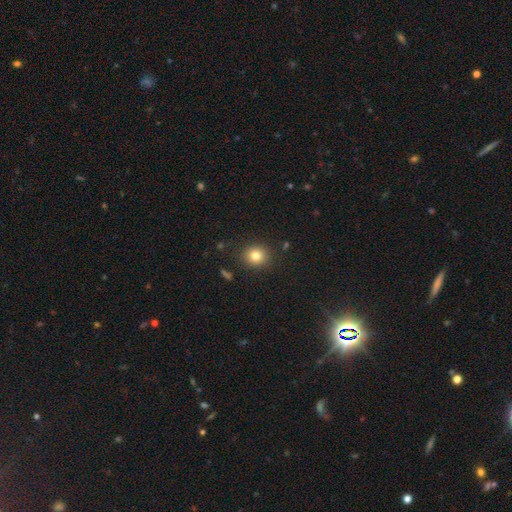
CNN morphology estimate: Smooth or featured? Predicted: smooth (p=0.81). How rounded? Predicted: round (p=0.80). Merging? Predicted: none (p=0.88).